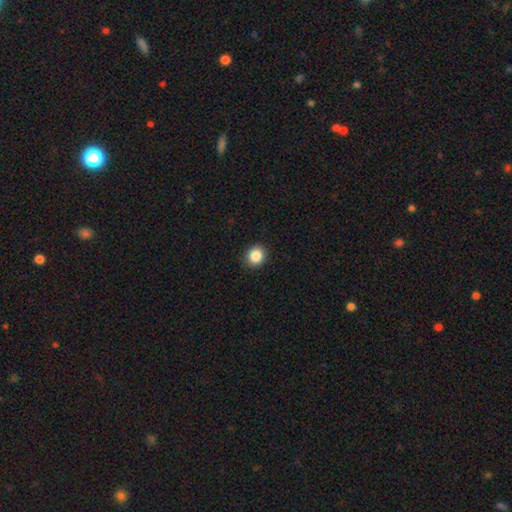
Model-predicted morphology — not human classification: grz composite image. It shows a smooth galaxy with no disk features (87%) that is round (85%). Merging: none (91%).